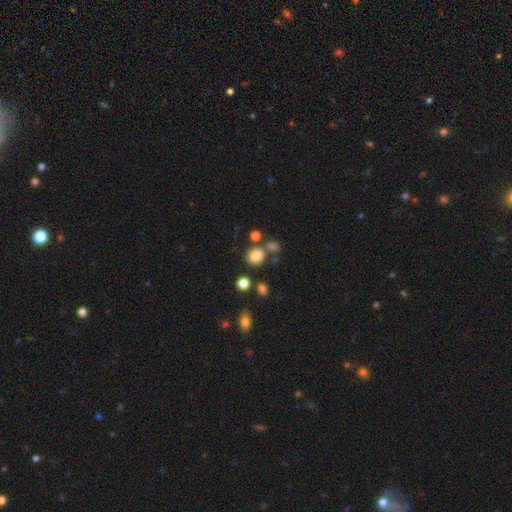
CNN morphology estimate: The model was most divided on "merging": none: 73%, merger: 11%, minor disturbance: 11%, major disturbance: 4%. More confident: how rounded — round (82%); smooth or featured — smooth (80%).